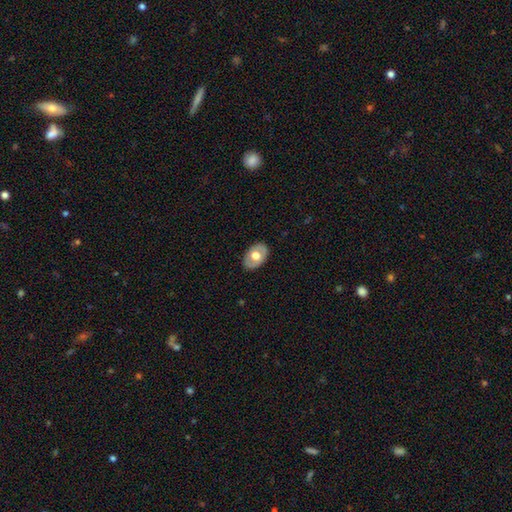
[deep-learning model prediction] Overall: smooth (52%; featured or disk 42%). How rounded: in between (82%). Merging: none (84%).